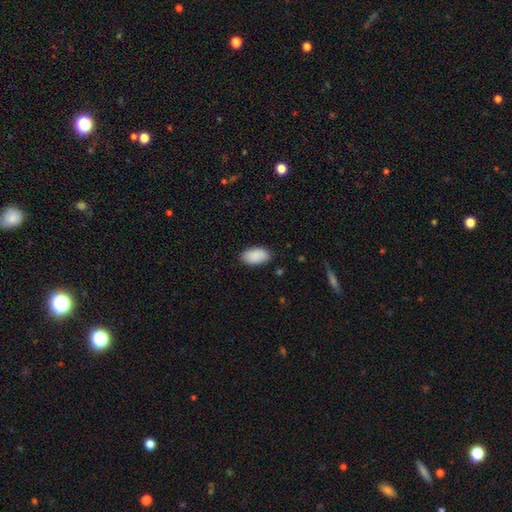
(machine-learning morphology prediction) Smooth or featured? smooth (90%)
How rounded? in between (95%)
Merging? none (85%)